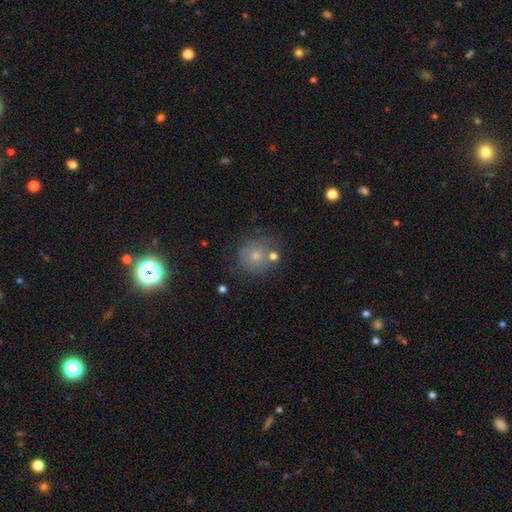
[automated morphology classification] Smooth or featured? Predicted: smooth (p=0.55). How rounded? Predicted: round (p=0.91). Merging? Predicted: none (p=0.73).